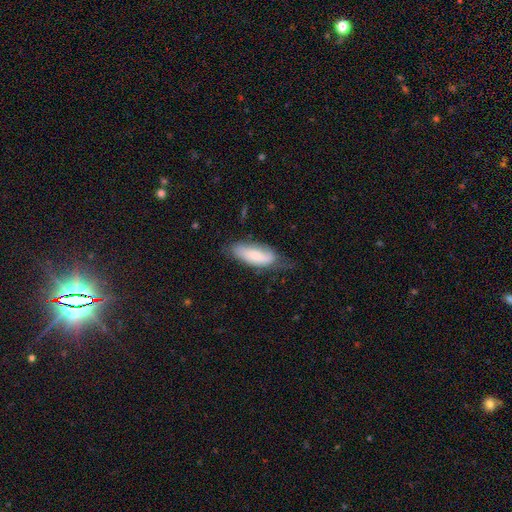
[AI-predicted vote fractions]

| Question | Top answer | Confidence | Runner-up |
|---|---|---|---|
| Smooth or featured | smooth | 68% | featured or disk (26%) |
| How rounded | in between | 75% | cigar-shaped (23%) |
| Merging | none | 48% | minor disturbance (36%) |